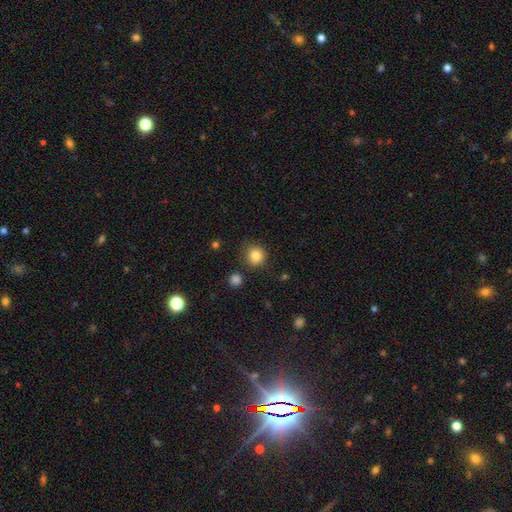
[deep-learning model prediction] Morphology: type=smooth (83%); roundness=round (89%); merging=none (84%).